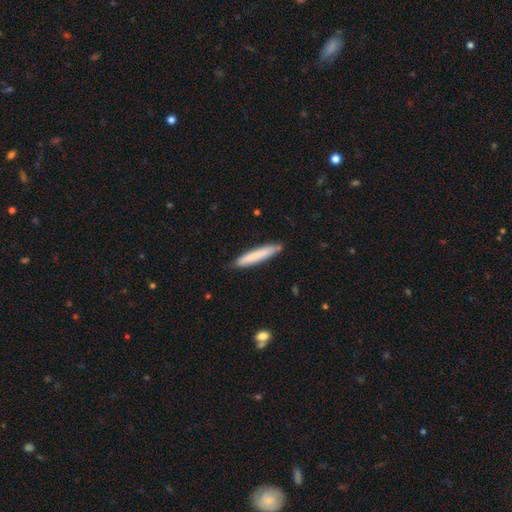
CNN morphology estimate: A smooth galaxy with no disk features (80%) that is cigar-shaped (92%).

Vote fractions:
- Smooth or featured? smooth: 80% / featured or disk: 15% / star or artifact: 5%
- How rounded? cigar-shaped: 92% / in between: 7% / round: 1%
- Merging? none: 86% / minor disturbance: 11% / major disturbance: 2% / merger: 2%